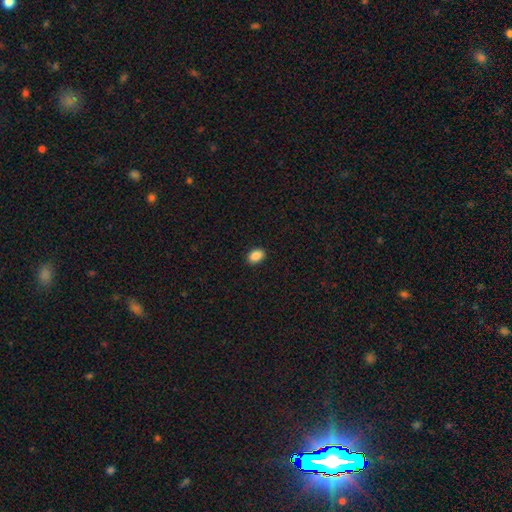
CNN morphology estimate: smooth 88%, star or artifact 8%, featured or disk 3%. Down the decision tree: how rounded — in between (81%); merging — none (90%).